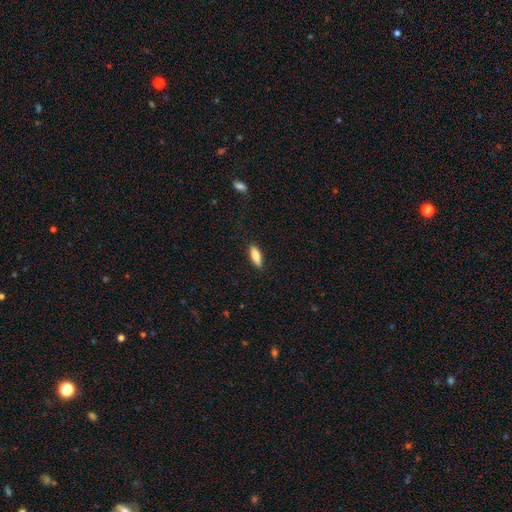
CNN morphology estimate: smooth-or-featured: smooth: 76% | featured or disk: 18% | star or artifact: 6%
  how-rounded: in between: 55% | cigar-shaped: 43% | round: 2%
  merging: none: 88% | minor disturbance: 9% | major disturbance: 2% | merger: 1%